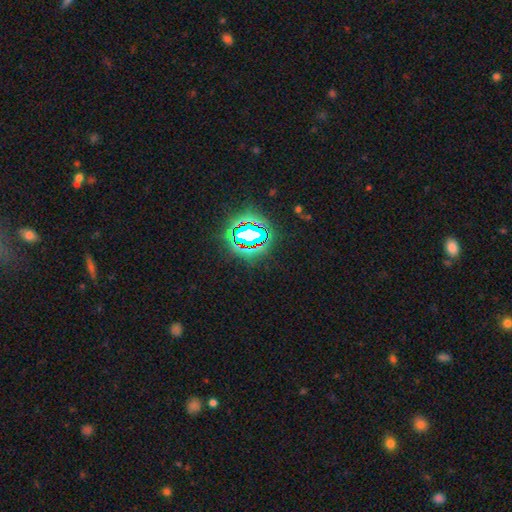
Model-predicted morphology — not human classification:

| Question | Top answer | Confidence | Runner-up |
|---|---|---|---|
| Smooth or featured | star or artifact | 82% | smooth (12%) |